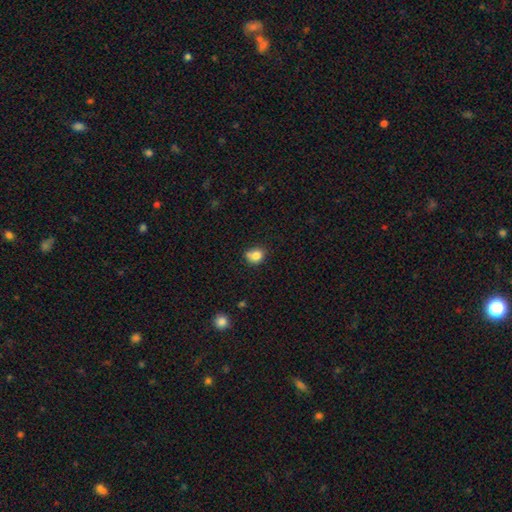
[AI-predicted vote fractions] Smooth or featured? smooth (81%)
How rounded? round (67%)
Merging? none (57%)